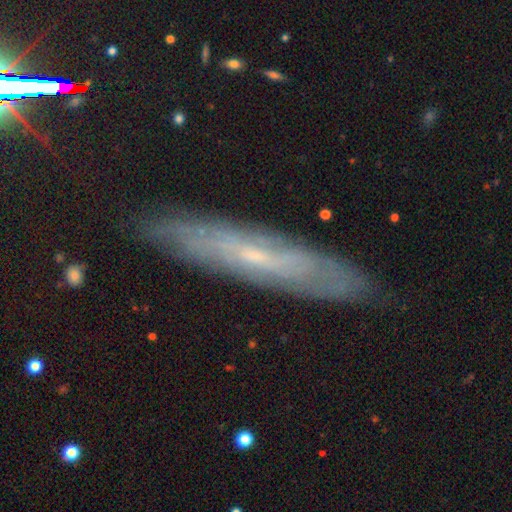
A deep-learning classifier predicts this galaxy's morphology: A featured or disk galaxy (66%) viewed edge-on (56%). Merging: none (85%).